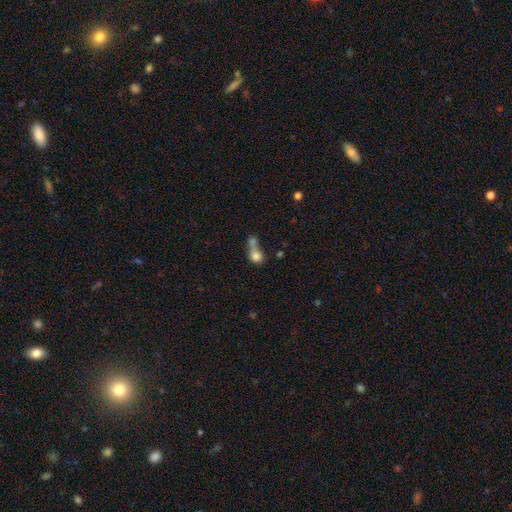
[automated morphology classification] Overall: smooth (76%). How rounded: round (66%; in between 32%). Merging: merger (66%).